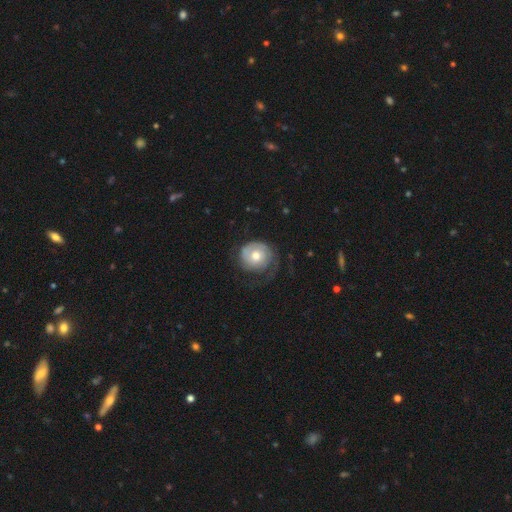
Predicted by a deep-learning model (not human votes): featured or disk 57%, smooth 37%, star or artifact 6%. Down the decision tree: edge-on disk — no (97%); bar — no (80%); spiral arms — yes (80%); bulge size — moderate (71%); merging — none (53%).